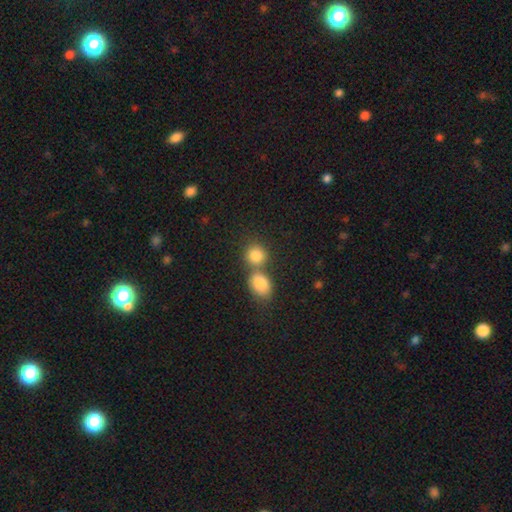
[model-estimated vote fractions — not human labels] smooth_or_featured: smooth (p=0.83) [alt: star or artifact p=0.10]
how_rounded: round (p=0.78) [alt: in between p=0.21]
merging: none (p=0.45) [tied with: merger p=0.45]